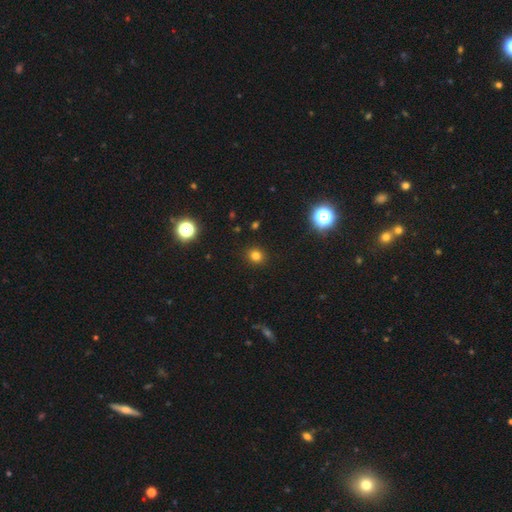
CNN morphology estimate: Smooth or featured? Predicted: smooth (p=0.78). How rounded? Predicted: round (p=0.83). Merging? Predicted: none (p=0.91).